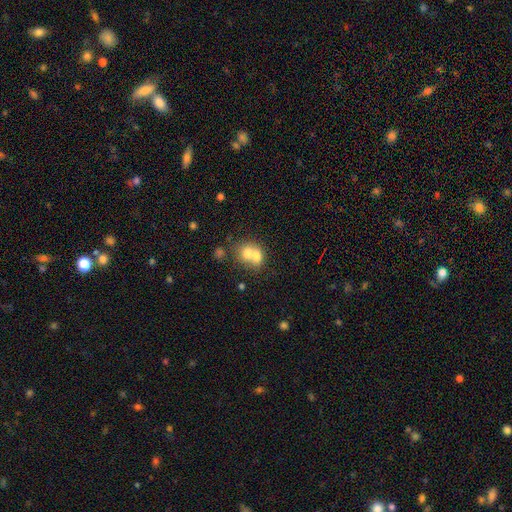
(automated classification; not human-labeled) A smooth galaxy with no disk features (68%) that is round (56%). Merging: merger (70%).